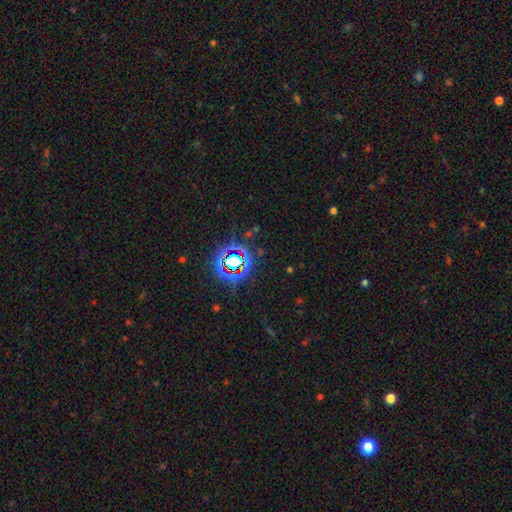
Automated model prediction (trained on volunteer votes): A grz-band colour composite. It shows a star or artifact, not a galaxy (73%).